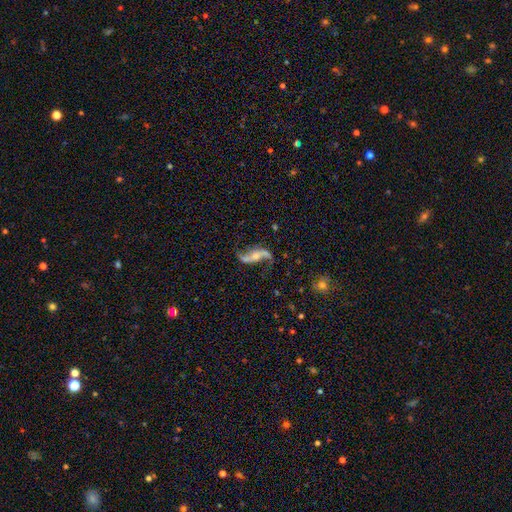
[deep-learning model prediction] This appears to be a featured or disk galaxy (87%) with no bar (50%), 2 (94%) loose (91%) spiral arms (95%) and a small central bulge (49%). Merging: none (73%).